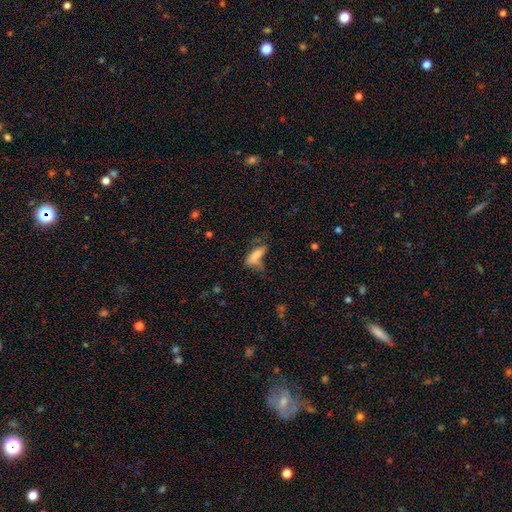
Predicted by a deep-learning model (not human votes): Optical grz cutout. It shows a smooth galaxy with no disk features (68%) that is in between round and cigar-shaped (65%). Merging: none (31%).